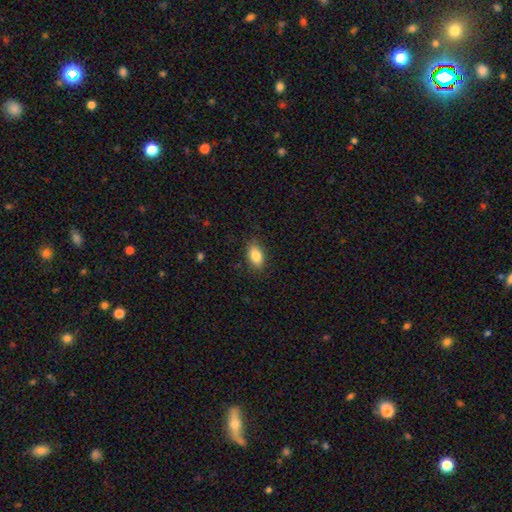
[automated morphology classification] Q: Smooth or featured?
A: smooth (84%); runner-up: featured or disk (8%)
Q: How rounded?
A: in between (90%); runner-up: round (7%)
Q: Merging?
A: none (85%); runner-up: minor disturbance (11%)